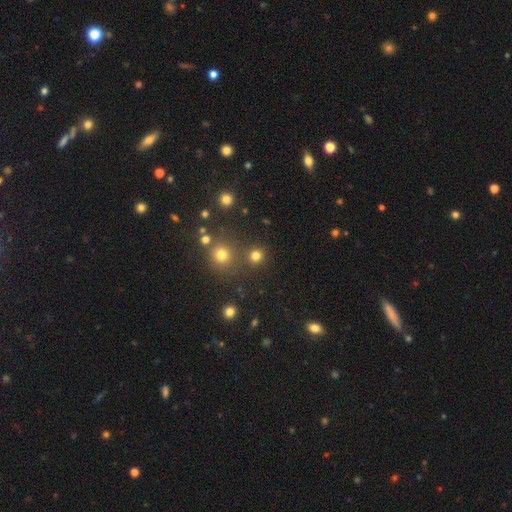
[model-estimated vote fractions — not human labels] Smooth or featured: smooth — 78% (star or artifact — 18%)
How rounded: round — 93% (in between — 6%)
Merging: none — 82% (merger — 9%)